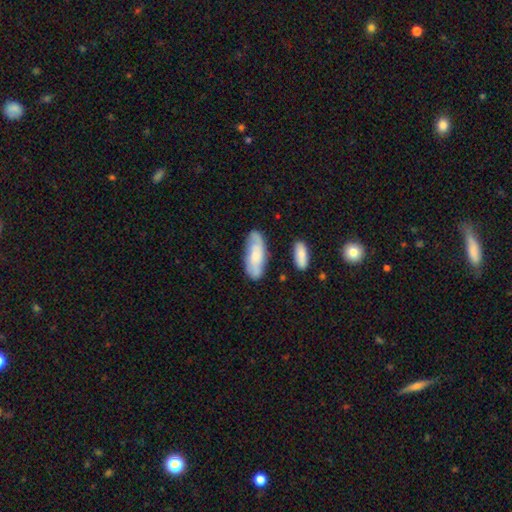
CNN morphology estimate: smooth 55%, featured or disk 38%, star or artifact 7%. Down the decision tree: how rounded — in between (80%); merging — none (74%).